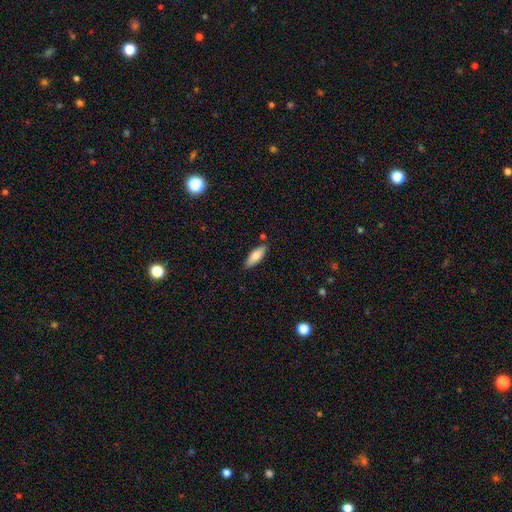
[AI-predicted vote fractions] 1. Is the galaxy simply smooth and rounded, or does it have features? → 80% smooth, 14% featured or disk, 6% star or artifact.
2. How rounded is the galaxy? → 66% in between, 32% cigar-shaped, 2% round.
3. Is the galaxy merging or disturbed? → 82% none, 12% minor disturbance, 3% merger, 2% major disturbance.